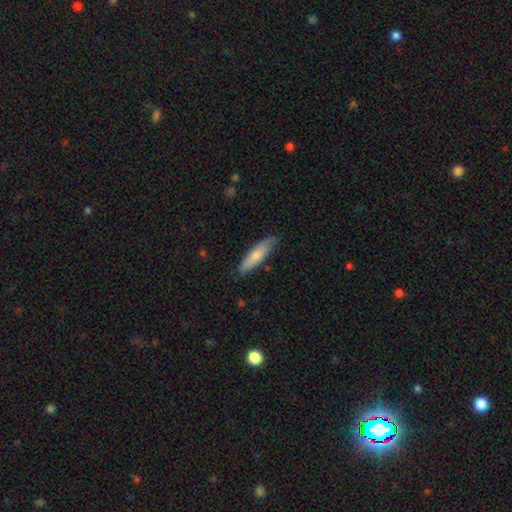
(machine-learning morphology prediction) type=smooth (72%); roundness=cigar-shaped (69%); merging=none (80%).